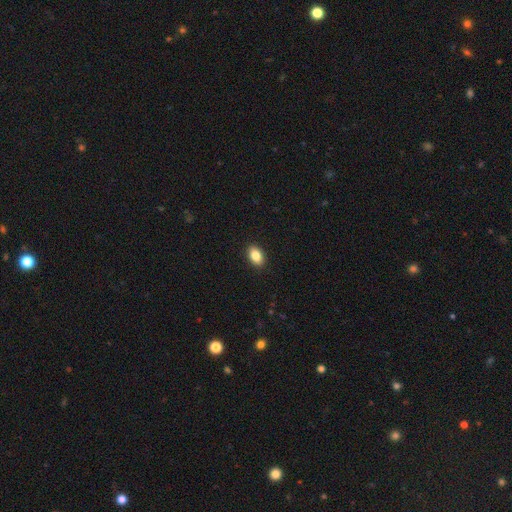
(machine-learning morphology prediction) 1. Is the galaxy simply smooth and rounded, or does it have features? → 86% smooth, 8% star or artifact, 6% featured or disk.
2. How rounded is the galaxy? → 87% in between, 12% round, 1% cigar-shaped.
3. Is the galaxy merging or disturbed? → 91% none, 6% minor disturbance, 2% major disturbance, 1% merger.